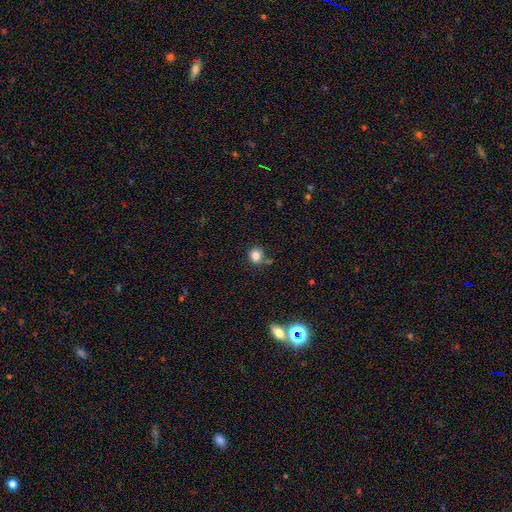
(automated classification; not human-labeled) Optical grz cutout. It shows a smooth galaxy with no disk features (83%) that is round (71%). Merging: none (71%).